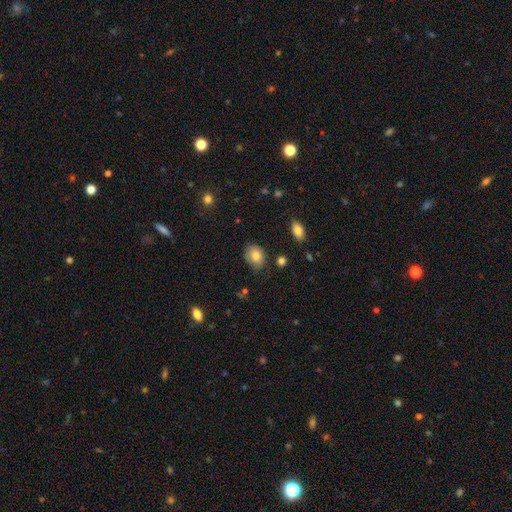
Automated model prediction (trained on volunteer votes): Morphology: type=smooth (80%); roundness=in between (54%); merging=none (72%).